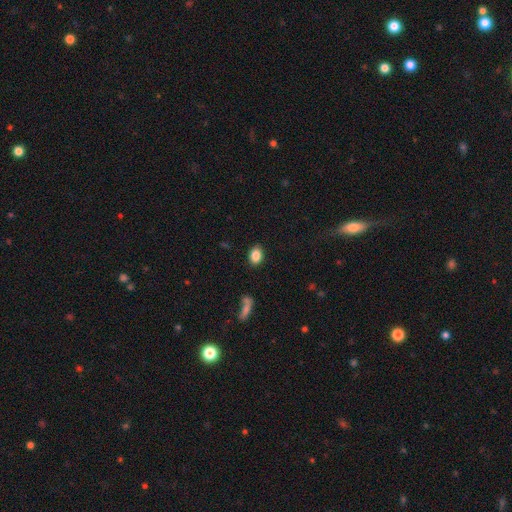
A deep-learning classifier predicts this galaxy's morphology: Overall: smooth (86%). How rounded: in between (73%). Merging: none (87%).